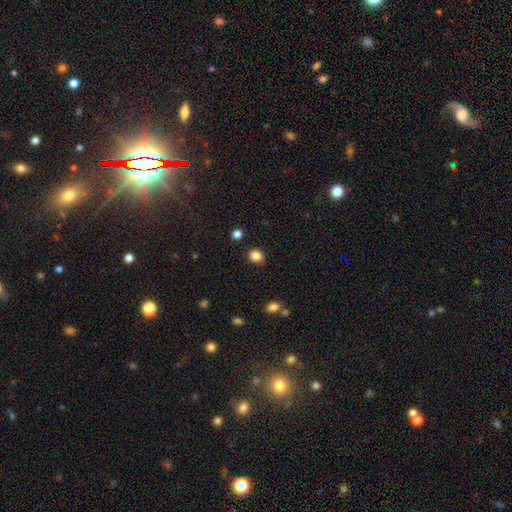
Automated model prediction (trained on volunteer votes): A smooth galaxy with no disk features (85%) that is round (59%).

Vote fractions:
- Smooth or featured? smooth: 85% / star or artifact: 11% / featured or disk: 4%
- How rounded? round: 59% / in between: 40% / cigar-shaped: 1%
- Merging? none: 84% / minor disturbance: 11% / major disturbance: 3% / merger: 2%